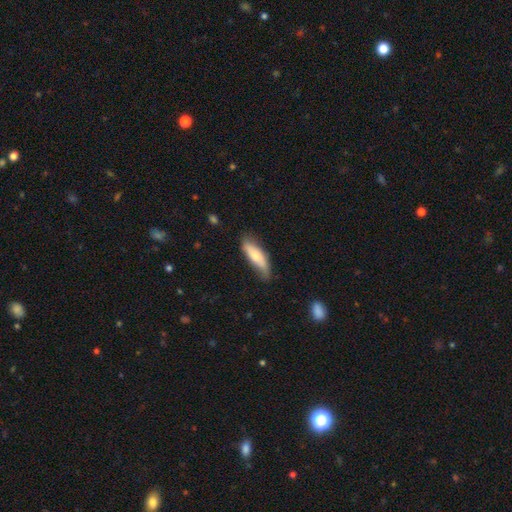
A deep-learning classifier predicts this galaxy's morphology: smooth-or-featured: smooth: 64% | featured or disk: 30% | star or artifact: 6%
  how-rounded: in between: 50% | cigar-shaped: 48% | round: 2%
  merging: none: 63% | minor disturbance: 29% | major disturbance: 6% | merger: 2%